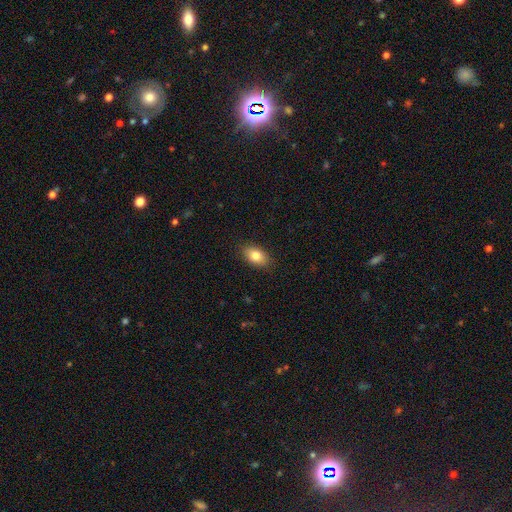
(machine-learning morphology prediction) Smooth or featured? smooth (82%)
How rounded? in between (88%)
Merging? none (87%)